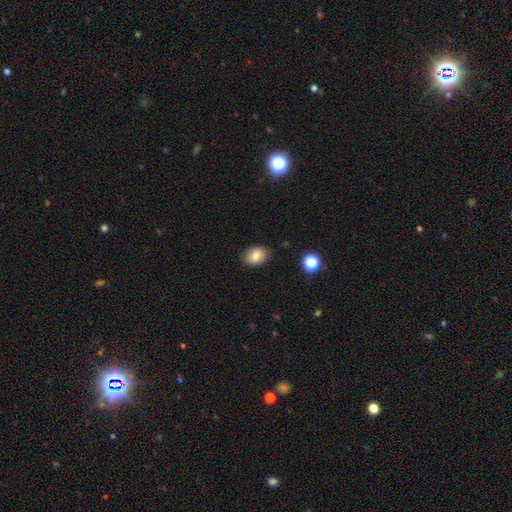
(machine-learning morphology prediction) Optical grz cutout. It shows a smooth galaxy with no disk features (79%) that is in between round and cigar-shaped (74%). Merging: none (85%).